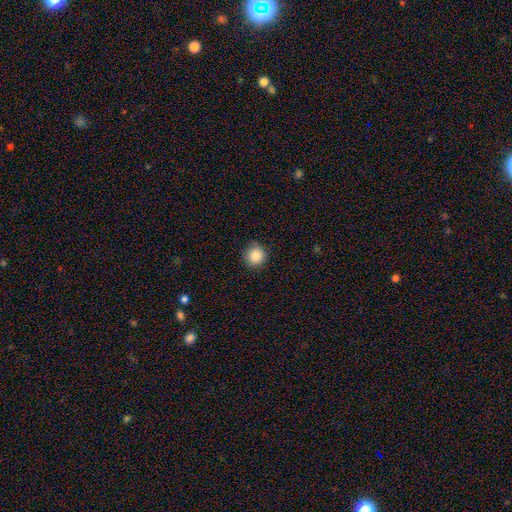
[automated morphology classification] This appears to be a smooth galaxy with no disk features (86%) that is round (93%). Merging: none (85%).